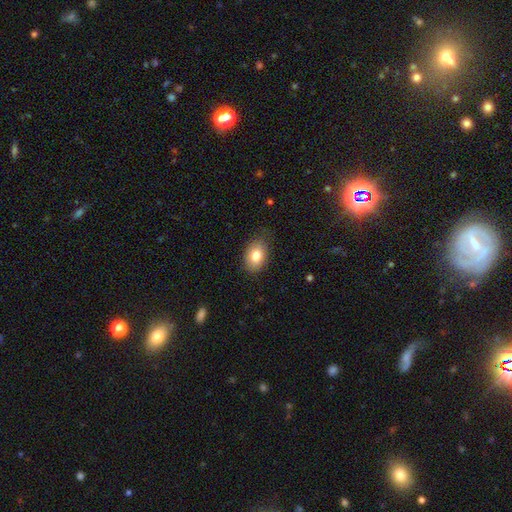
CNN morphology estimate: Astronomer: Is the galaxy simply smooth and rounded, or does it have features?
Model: smooth — 81%.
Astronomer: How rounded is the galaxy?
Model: in between — 83%.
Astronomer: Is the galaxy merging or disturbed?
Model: none — 80%.